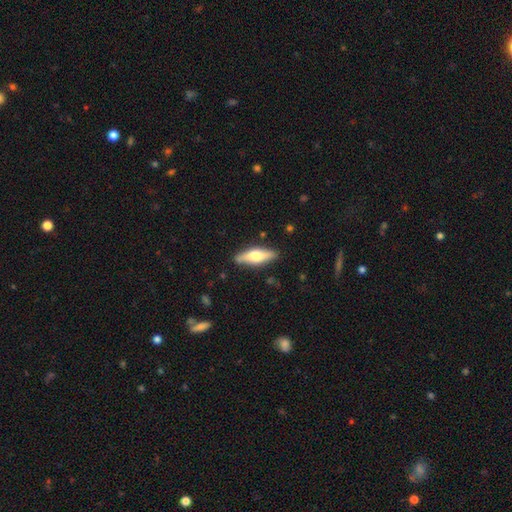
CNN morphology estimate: A featured or disk galaxy (47%, tied with smooth).

Vote fractions:
- Smooth or featured? featured or disk: 47% (tied) / smooth: 47% (tied) / star or artifact: 6%
- Merging? none: 86% / minor disturbance: 10% / major disturbance: 2% / merger: 1%